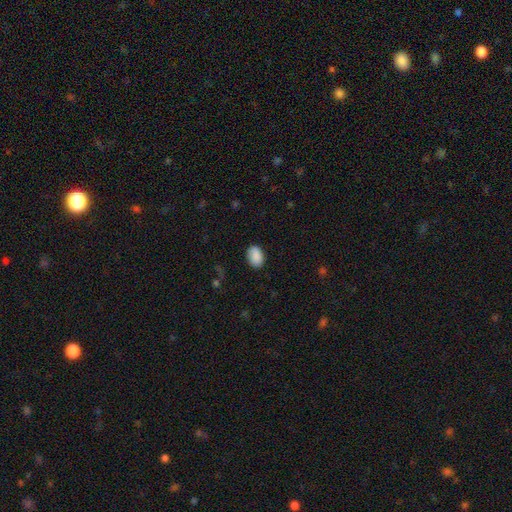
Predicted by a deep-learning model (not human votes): This appears to be a smooth galaxy with no disk features (89%) that is in between round and cigar-shaped (87%). Merging: none (85%).